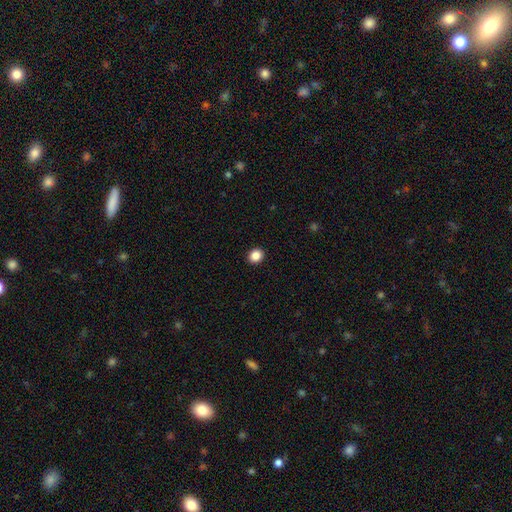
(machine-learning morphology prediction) Q: Smooth or featured?
A: smooth (87%); runner-up: star or artifact (10%)
Q: How rounded?
A: round (78%); runner-up: in between (21%)
Q: Merging?
A: none (93%); runner-up: minor disturbance (4%)